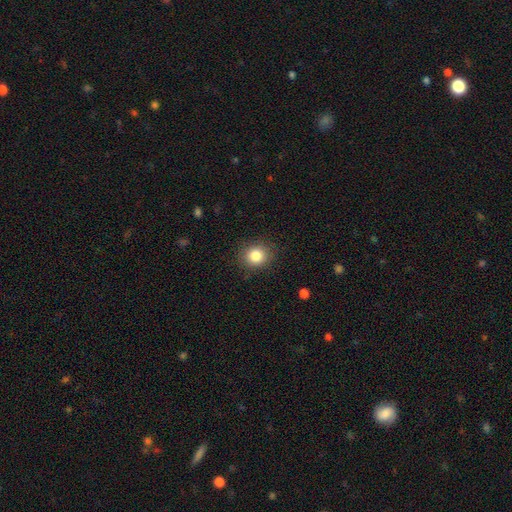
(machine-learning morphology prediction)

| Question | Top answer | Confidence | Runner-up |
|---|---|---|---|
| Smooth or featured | smooth | 85% | star or artifact (10%) |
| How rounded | round | 75% | in between (24%) |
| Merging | none | 86% | minor disturbance (10%) |